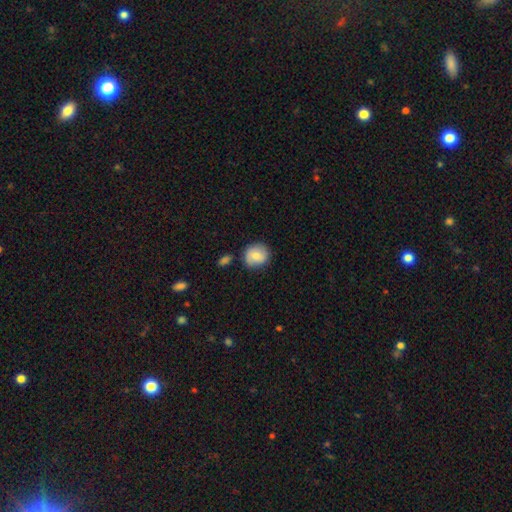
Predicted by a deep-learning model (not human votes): Smooth or featured? smooth (72%)
How rounded? round (85%)
Merging? none (77%)